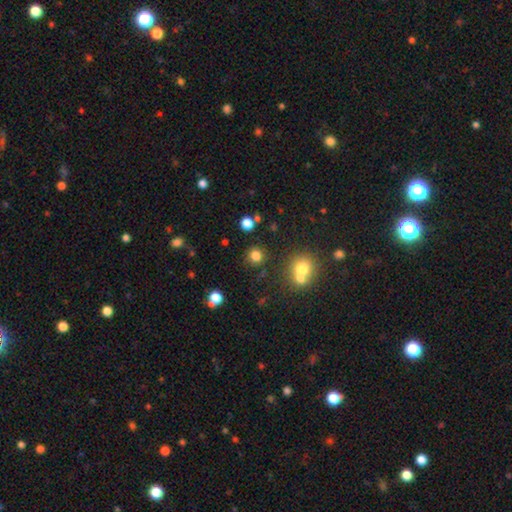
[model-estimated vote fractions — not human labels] A smooth galaxy with no disk features (79%) that is round (89%). Merging: none (82%).